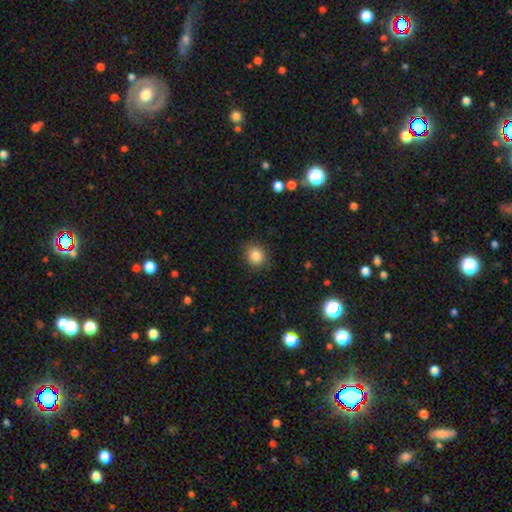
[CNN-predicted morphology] smooth-or-featured: smooth: 85% | star or artifact: 10% | featured or disk: 5%
  how-rounded: round: 79% | in between: 20% | cigar-shaped: 1%
  merging: none: 85% | minor disturbance: 11% | major disturbance: 3% | merger: 1%